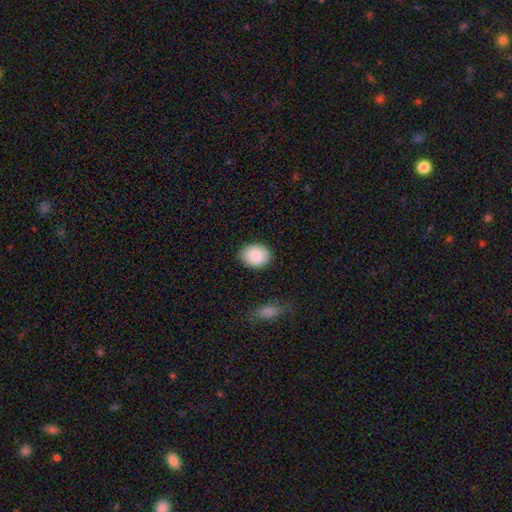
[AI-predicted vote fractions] Smooth or featured? Predicted: smooth (p=0.90). How rounded? Predicted: in between (p=0.53). Merging? Predicted: none (p=0.87).